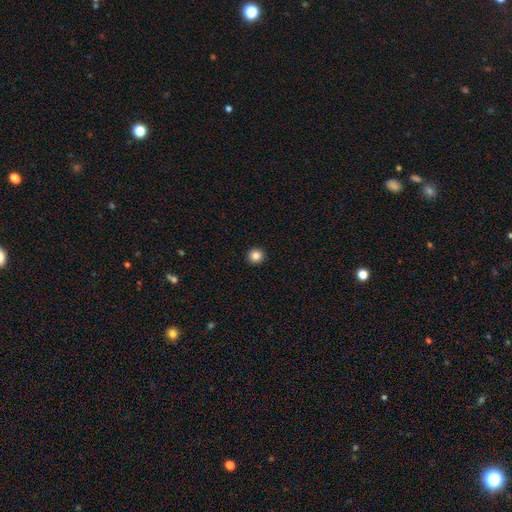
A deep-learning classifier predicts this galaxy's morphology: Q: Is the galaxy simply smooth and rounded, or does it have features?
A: smooth — 85%.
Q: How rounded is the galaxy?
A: round — 94%.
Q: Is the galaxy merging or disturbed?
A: none — 94%.